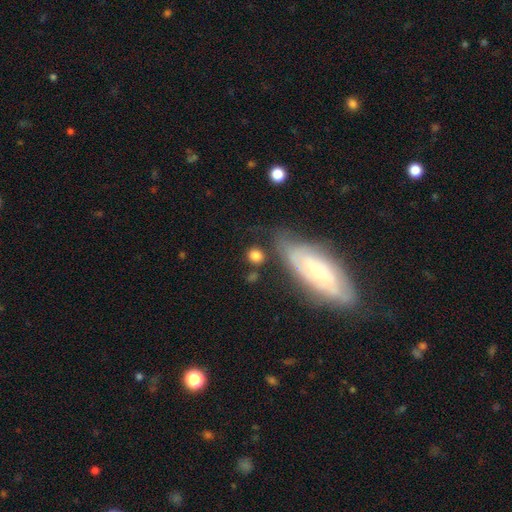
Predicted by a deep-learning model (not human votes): This appears to be a smooth galaxy with no disk features (81%) that is round (79%). Merging: none (74%).